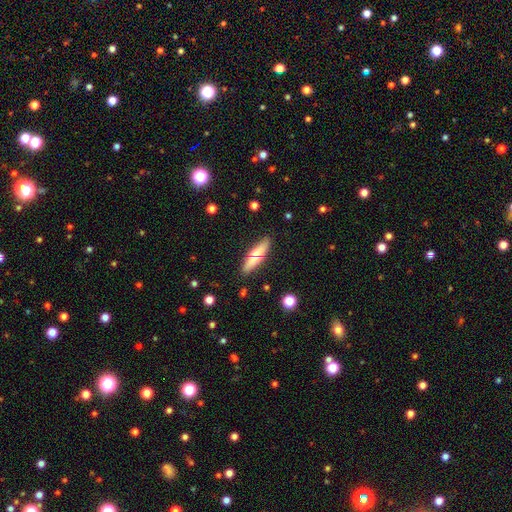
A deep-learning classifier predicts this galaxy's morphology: smooth_or_featured: smooth (p=0.58) [alt: featured or disk p=0.35]
how_rounded: cigar-shaped (p=0.75) [alt: in between p=0.23]
merging: none (p=0.85) [alt: minor disturbance p=0.10]